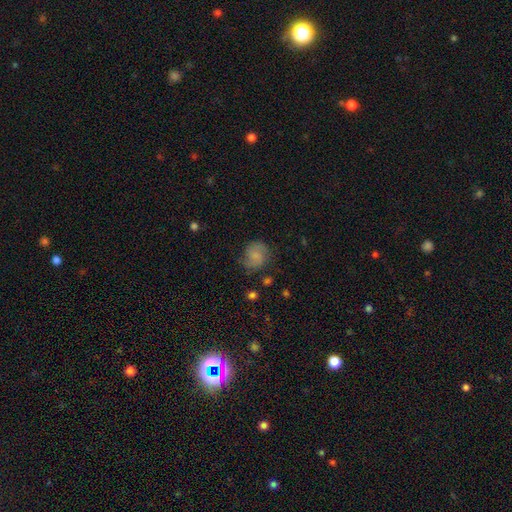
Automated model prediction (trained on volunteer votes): Q: Smooth or featured?
A: smooth (64%); runner-up: featured or disk (26%)
Q: How rounded?
A: round (73%); runner-up: in between (26%)
Q: Merging?
A: none (63%); runner-up: minor disturbance (25%)